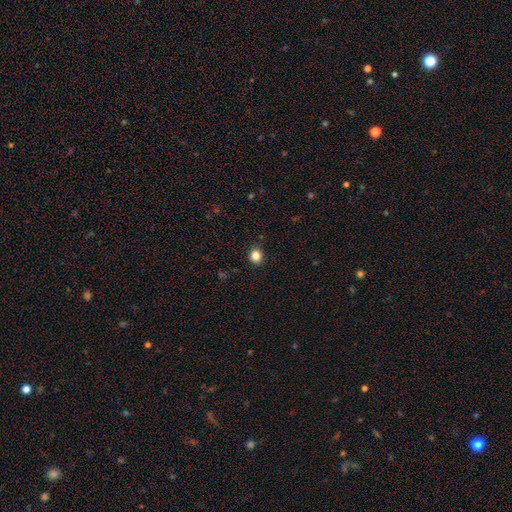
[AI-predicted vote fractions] smooth_or_featured: smooth (p=0.84) [alt: star or artifact p=0.12]
how_rounded: round (p=0.83) [alt: in between p=0.16]
merging: none (p=0.91) [alt: minor disturbance p=0.06]